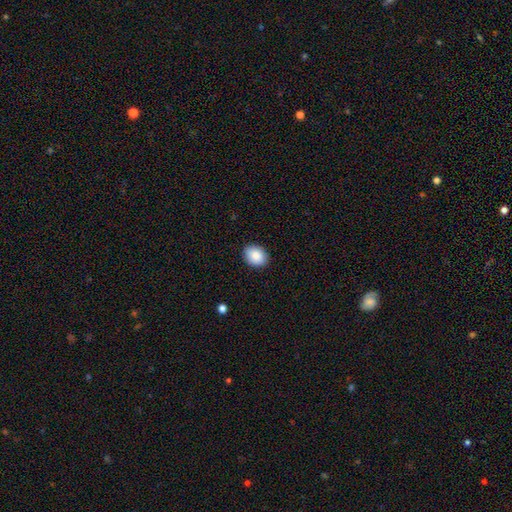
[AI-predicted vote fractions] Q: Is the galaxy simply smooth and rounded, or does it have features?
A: smooth — 88%.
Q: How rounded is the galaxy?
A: in between — 62%.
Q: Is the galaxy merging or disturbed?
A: none — 89%.